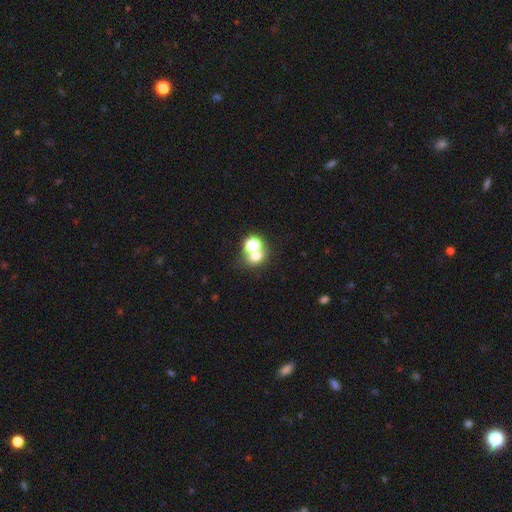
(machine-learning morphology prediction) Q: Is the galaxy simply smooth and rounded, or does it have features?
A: smooth — 62%.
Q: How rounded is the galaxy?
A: round — 69%.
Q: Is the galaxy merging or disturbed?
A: none — 45%.